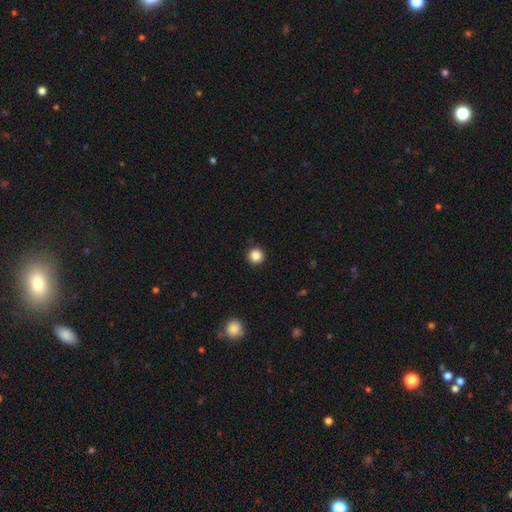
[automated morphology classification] This is clearly a smooth galaxy (86%). How rounded: clearly round (96%). Merging: clearly none (93%).